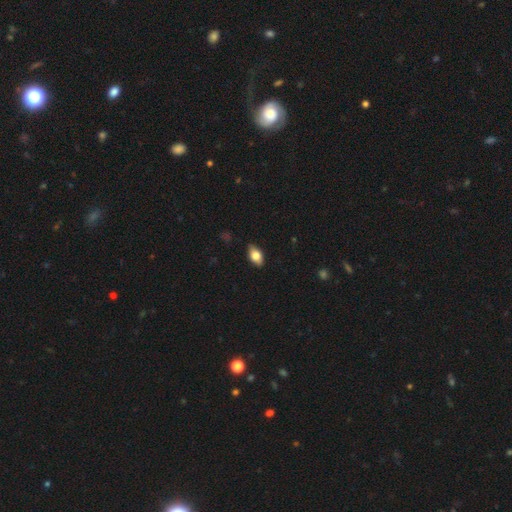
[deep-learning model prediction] The model was most divided on "smooth or featured": smooth: 75%, featured or disk: 18%, star or artifact: 7%. More confident: how rounded — in between (89%); merging — none (86%).